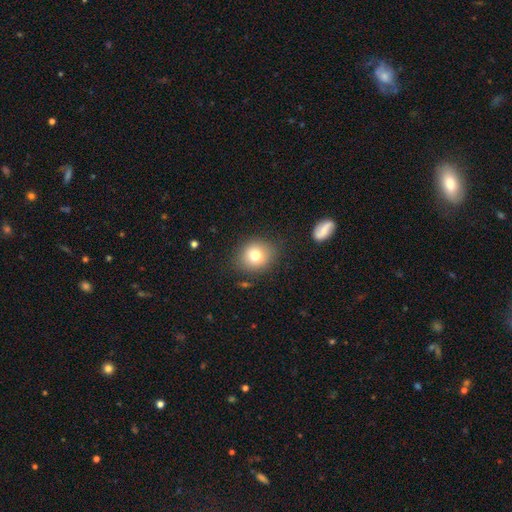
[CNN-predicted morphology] Smooth or featured: smooth — 77% (featured or disk — 12%)
How rounded: round — 76% (in between — 23%)
Merging: none — 84% (minor disturbance — 11%)